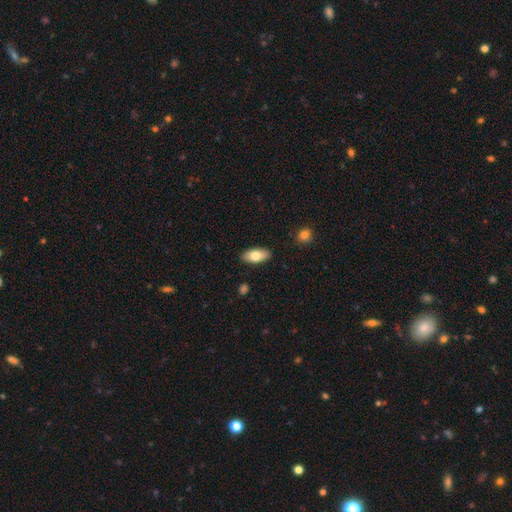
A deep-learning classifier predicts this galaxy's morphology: Overall: smooth (77%). How rounded: in between (89%). Merging: none (88%).